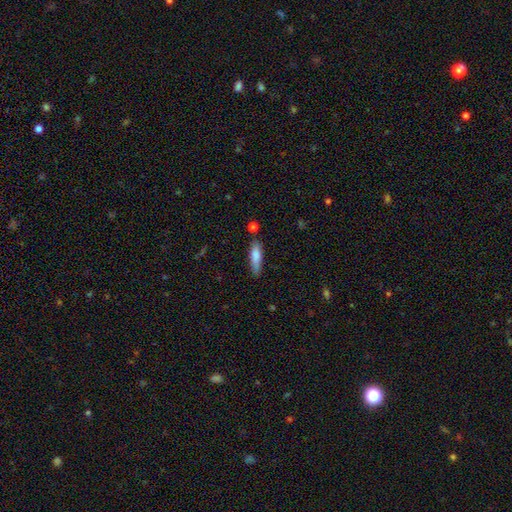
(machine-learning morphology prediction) Smooth or featured? smooth (76%)
How rounded? cigar-shaped (70%)
Merging? none (73%)